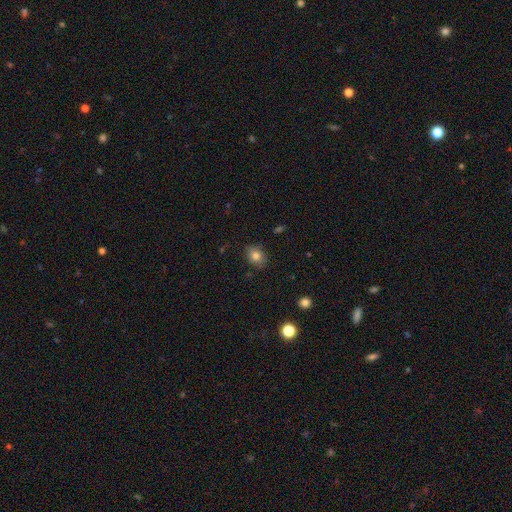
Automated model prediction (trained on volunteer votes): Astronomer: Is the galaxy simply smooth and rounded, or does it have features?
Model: smooth — 80%.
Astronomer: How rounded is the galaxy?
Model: in between — 58% (runner-up: round, 41%).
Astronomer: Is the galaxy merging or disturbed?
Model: none — 83%.